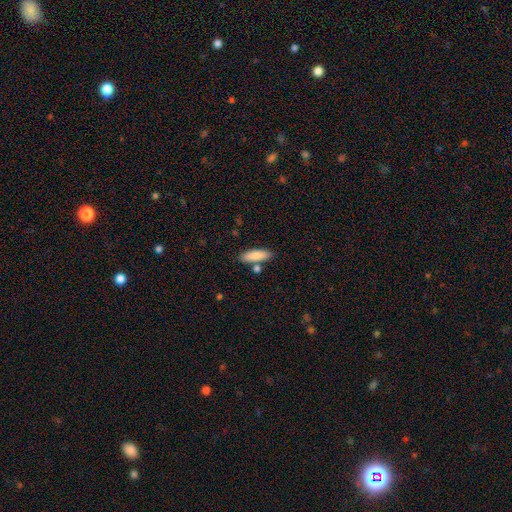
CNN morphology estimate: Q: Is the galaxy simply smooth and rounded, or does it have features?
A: smooth — 84%.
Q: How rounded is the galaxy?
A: in between — 53%.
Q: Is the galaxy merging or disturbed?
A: none — 76%.